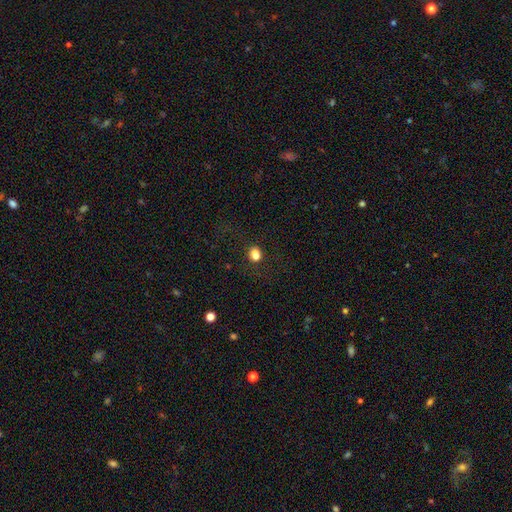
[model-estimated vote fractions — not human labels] Smooth or featured: smooth — 81% (star or artifact — 13%)
How rounded: round — 52% (in between — 47%)
Merging: none — 81% (minor disturbance — 11%)